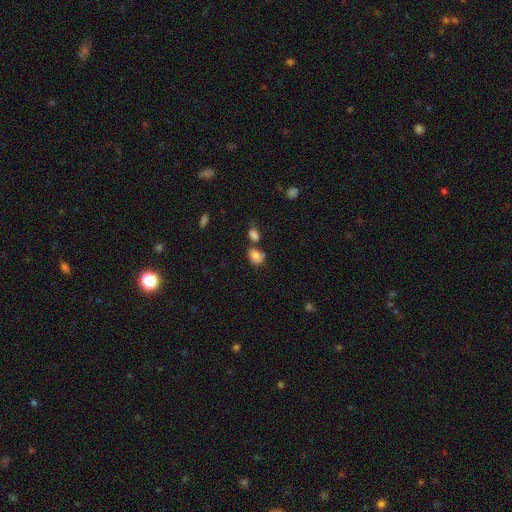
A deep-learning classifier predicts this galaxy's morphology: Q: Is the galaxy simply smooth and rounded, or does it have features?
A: smooth — 80%.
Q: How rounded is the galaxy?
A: in between — 69%.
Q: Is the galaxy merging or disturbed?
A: none — 44%.